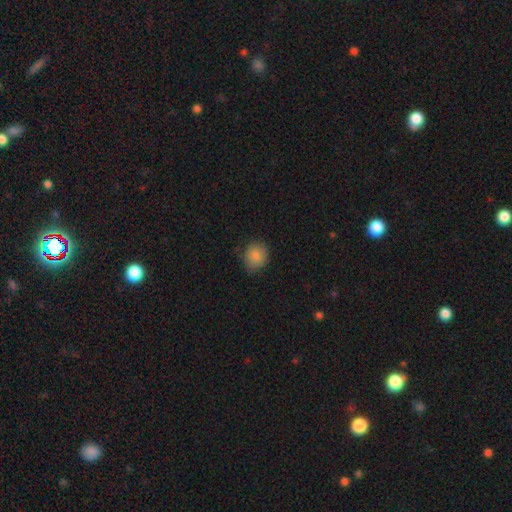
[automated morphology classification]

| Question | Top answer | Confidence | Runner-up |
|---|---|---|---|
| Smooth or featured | smooth | 86% | star or artifact (8%) |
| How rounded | round | 74% | in between (25%) |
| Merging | none | 78% | minor disturbance (17%) |